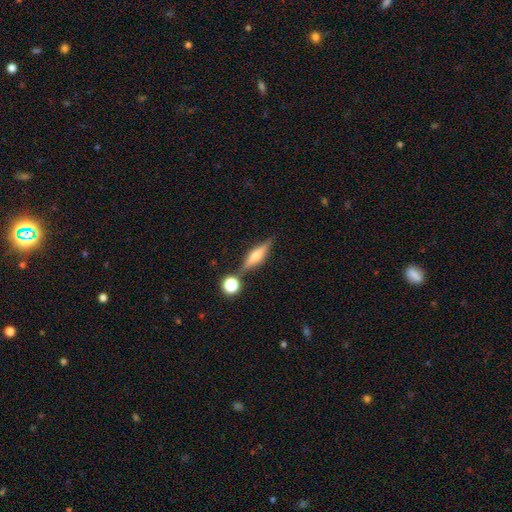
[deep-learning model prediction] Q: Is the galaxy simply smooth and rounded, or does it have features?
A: featured or disk — 59%.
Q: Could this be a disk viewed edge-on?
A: yes — 95%.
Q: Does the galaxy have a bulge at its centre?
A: rounded — 76%.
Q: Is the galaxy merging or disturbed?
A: none — 77%.